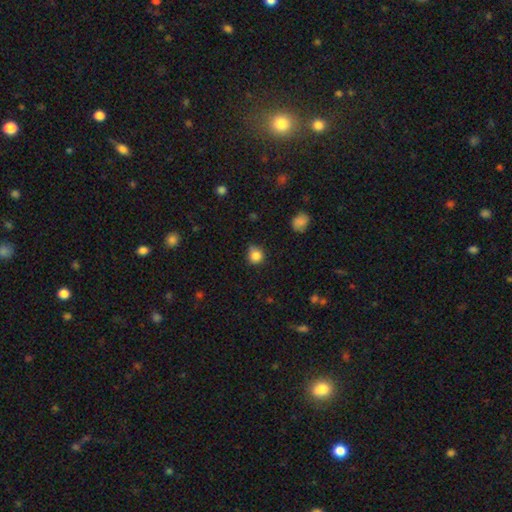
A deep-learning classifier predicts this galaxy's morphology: A smooth galaxy with no disk features (84%) that is round (80%).

Vote fractions:
- Smooth or featured? smooth: 84% / star or artifact: 11% / featured or disk: 6%
- How rounded? round: 80% / in between: 19% / cigar-shaped: 1%
- Merging? none: 63% / minor disturbance: 30% / major disturbance: 6% / merger: 2%